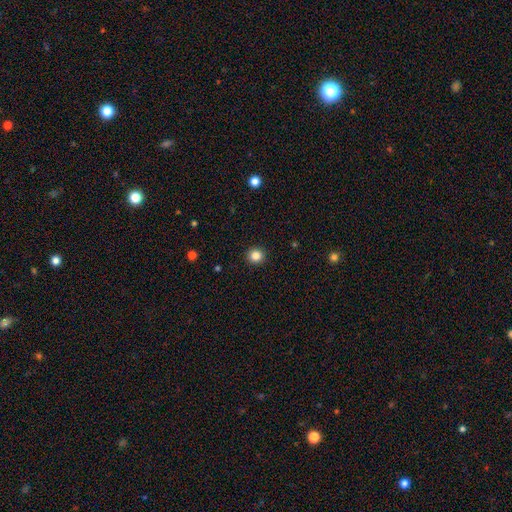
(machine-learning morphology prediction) A smooth galaxy with no disk features (84%) that is round (93%). Merging: none (93%).